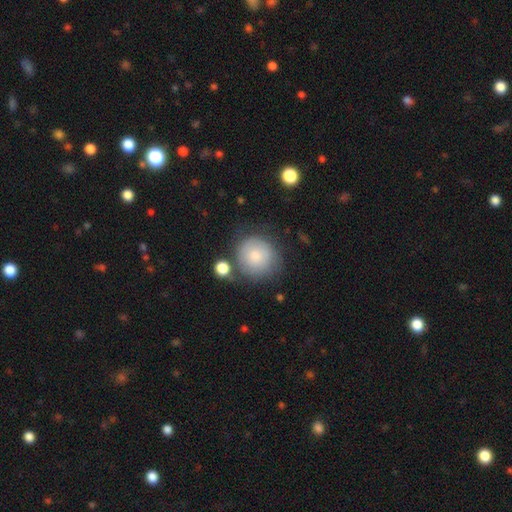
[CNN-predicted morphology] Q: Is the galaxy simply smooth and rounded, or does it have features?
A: smooth — 73%.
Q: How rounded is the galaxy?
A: round — 90%.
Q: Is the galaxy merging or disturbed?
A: none — 64%.